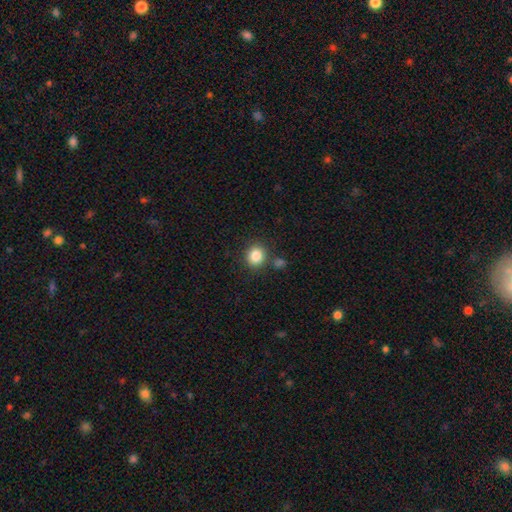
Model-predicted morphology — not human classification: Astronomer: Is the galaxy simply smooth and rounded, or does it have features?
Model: smooth — 85%.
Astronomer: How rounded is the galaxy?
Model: round — 81%.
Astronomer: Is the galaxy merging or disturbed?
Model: none — 81%.